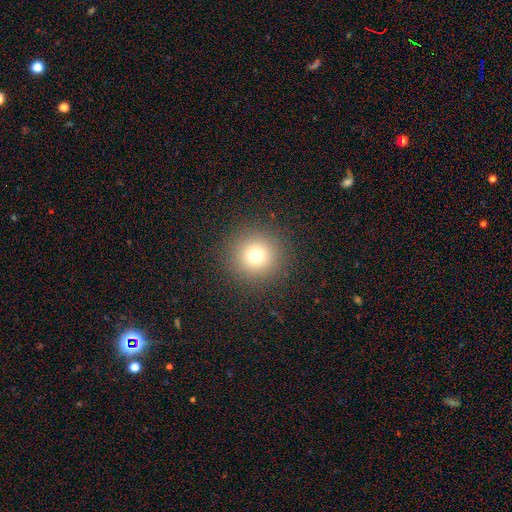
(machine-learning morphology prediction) Overall: smooth (73%). How rounded: round (96%). Merging: none (90%).